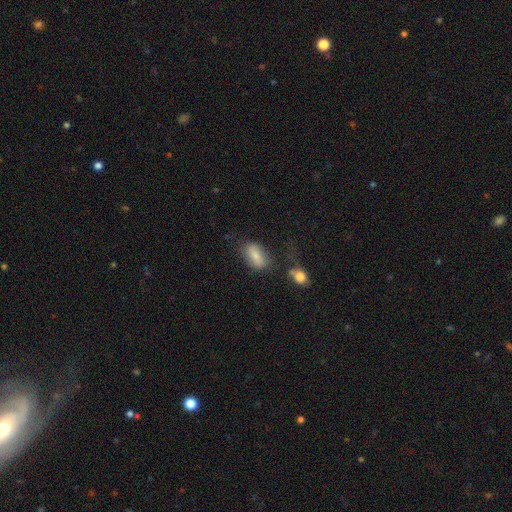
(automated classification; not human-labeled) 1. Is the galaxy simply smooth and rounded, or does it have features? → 77% smooth, 15% featured or disk, 8% star or artifact.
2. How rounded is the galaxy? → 88% in between, 7% cigar-shaped, 6% round.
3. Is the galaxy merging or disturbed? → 65% none, 19% minor disturbance, 9% major disturbance, 8% merger.